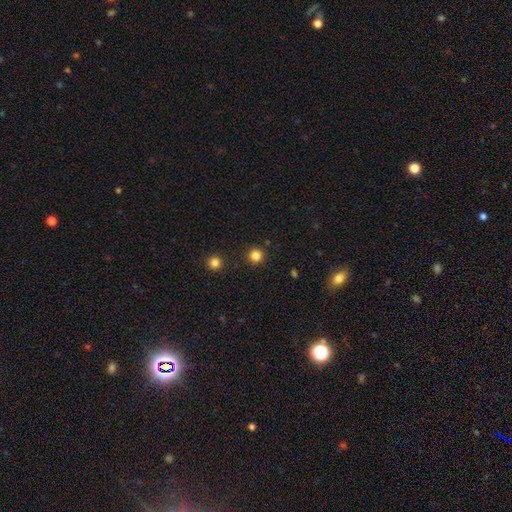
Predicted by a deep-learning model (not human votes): A smooth galaxy with no disk features (82%) that is round (95%). Merging: none (91%).